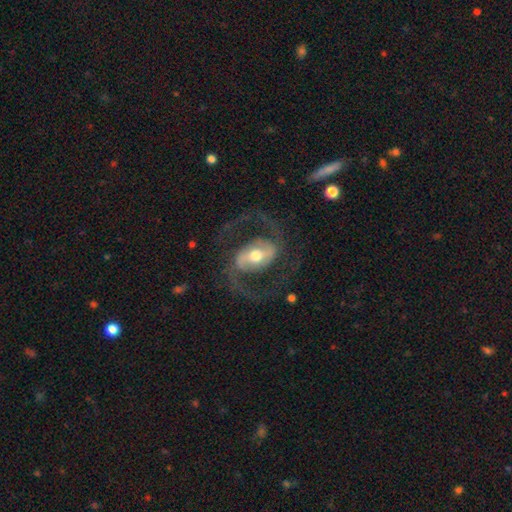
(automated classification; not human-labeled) Smooth or featured?
  - featured or disk: 90% *
  - smooth: 6%
  - star or artifact: 4%
Edge-on disk?
  - no: 97% *
  - yes: 3%
Bar?
  - strong: 39% * (tied)
  - weak: 39% * (tied)
  - no: 22%
Spiral arms?
  - yes: 95% *
  - no: 5%
Spiral winding?
  - medium: 61% *
  - loose: 26%
  - tight: 13%
Spiral arm count?
  - 2: 93% *
  - can't tell: 2%
  - 1: 1%
  - 3: 1%
  - 4: 1%
  - more than 4: 1%
Bulge size?
  - moderate: 70% *
  - small: 17%
  - large: 11%
  - dominant: 1%
  - none: 1%
Merging?
  - none: 77% *
  - major disturbance: 11%
  - minor disturbance: 10%
  - merger: 1%